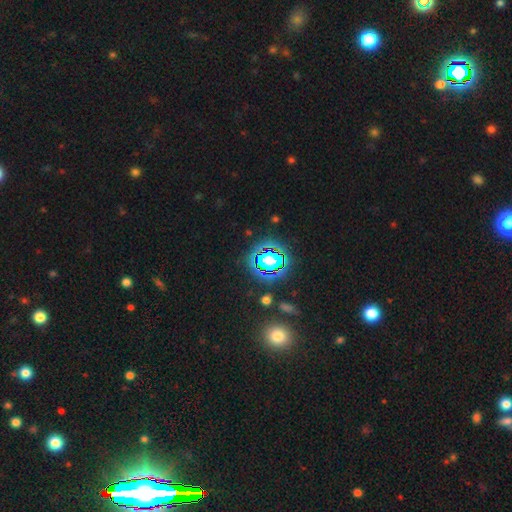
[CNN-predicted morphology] This appears to be a star or artifact, not a galaxy (78%).